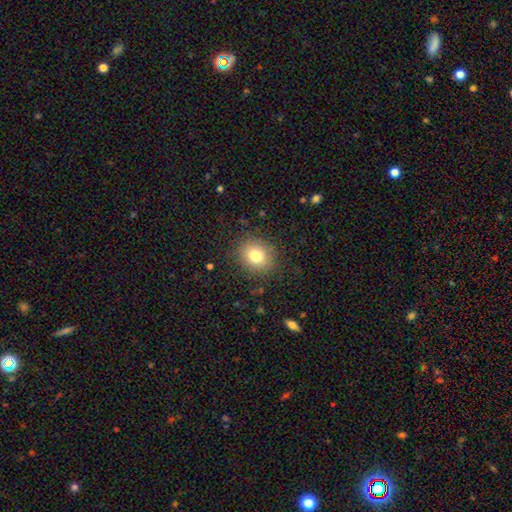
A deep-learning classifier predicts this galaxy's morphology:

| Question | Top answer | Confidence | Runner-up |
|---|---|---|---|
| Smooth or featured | smooth | 78% | star or artifact (12%) |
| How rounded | round | 74% | in between (25%) |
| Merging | none | 86% | minor disturbance (9%) |